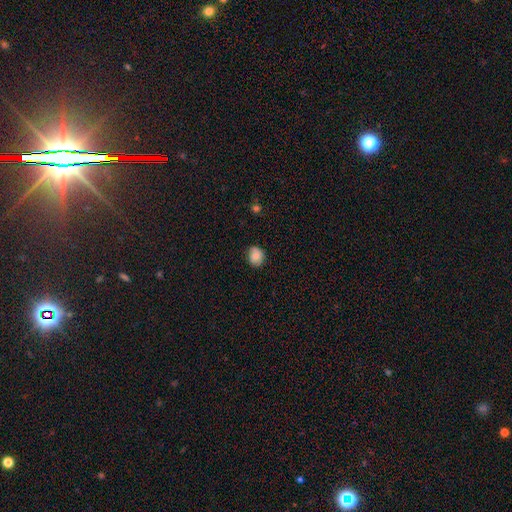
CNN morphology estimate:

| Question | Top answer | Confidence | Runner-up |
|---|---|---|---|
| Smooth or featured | smooth | 83% | star or artifact (9%) |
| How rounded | round | 64% | in between (35%) |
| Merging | none | 78% | minor disturbance (18%) |